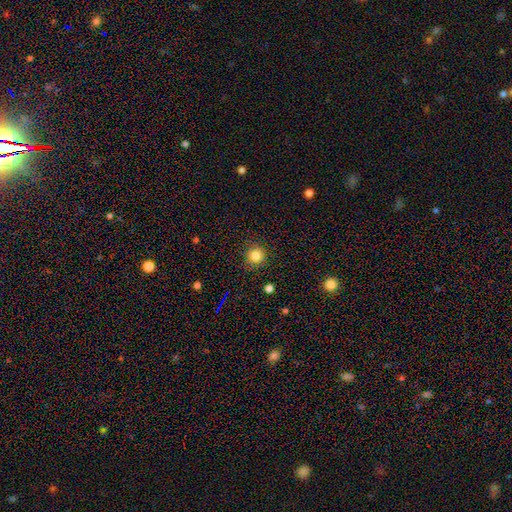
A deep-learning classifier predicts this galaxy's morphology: smooth_or_featured: smooth (p=0.83) [alt: star or artifact p=0.12]
how_rounded: round (p=0.94) [alt: in between p=0.05]
merging: none (p=0.89) [alt: minor disturbance p=0.07]